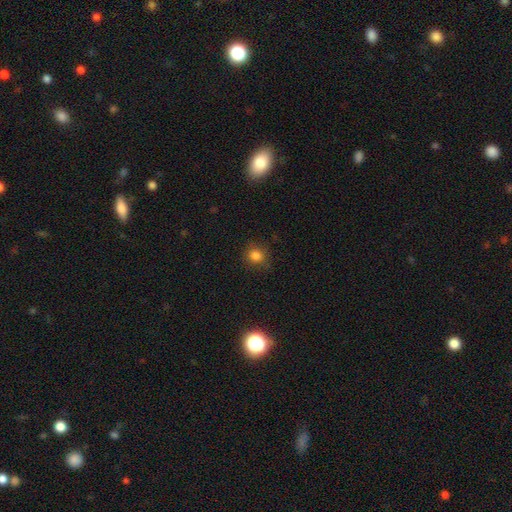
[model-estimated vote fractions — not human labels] Overall: smooth (82%). How rounded: round (84%). Merging: none (82%).